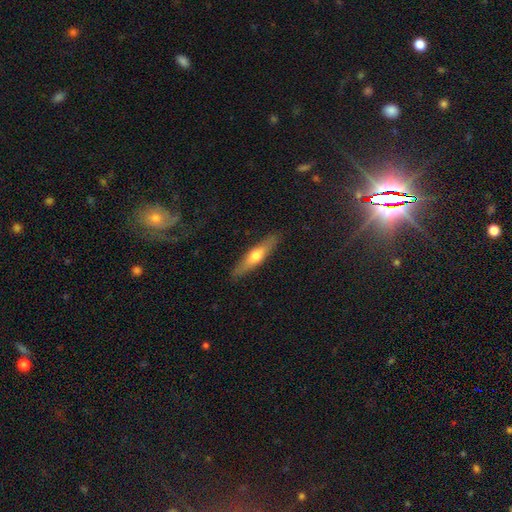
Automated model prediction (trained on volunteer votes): A featured or disk galaxy (48%).

Vote fractions:
- Smooth or featured? featured or disk: 48% / smooth: 47% / star or artifact: 6%
- Merging? none: 88% / minor disturbance: 9% / major disturbance: 2% / merger: 1%